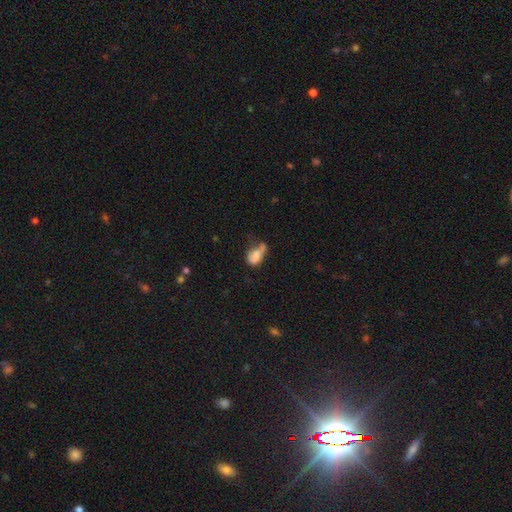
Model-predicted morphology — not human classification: This appears to be a smooth galaxy with no disk features (66%) that is in between round and cigar-shaped (83%). Merging: major disturbance (30%).